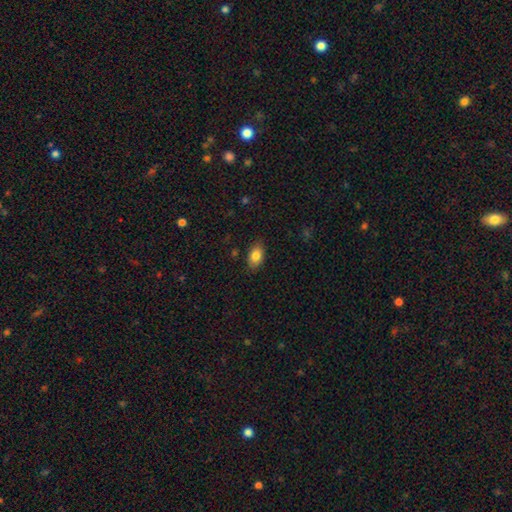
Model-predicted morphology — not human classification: Smooth or featured? Predicted: smooth (p=0.84). How rounded? Predicted: in between (p=0.90). Merging? Predicted: none (p=0.85).